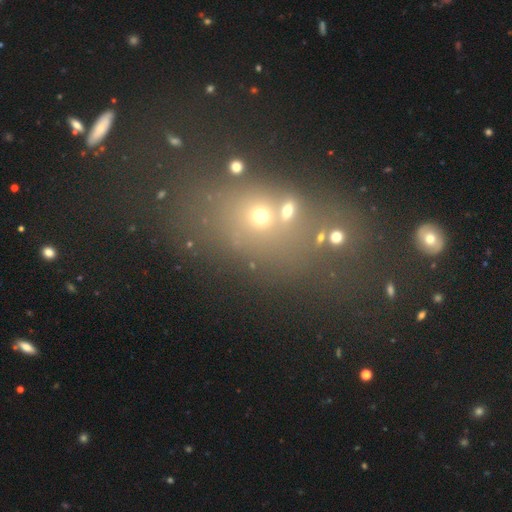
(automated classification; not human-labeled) Smooth or featured? Predicted: star or artifact (p=0.44).